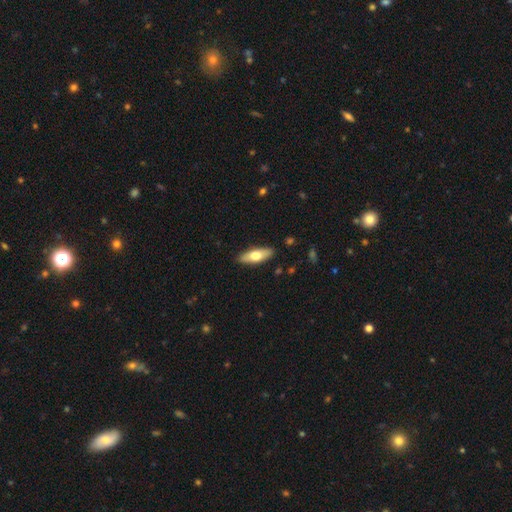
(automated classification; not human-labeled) This is likely a smooth galaxy (61%). How rounded: possibly in between (60%). Merging: clearly none (88%).